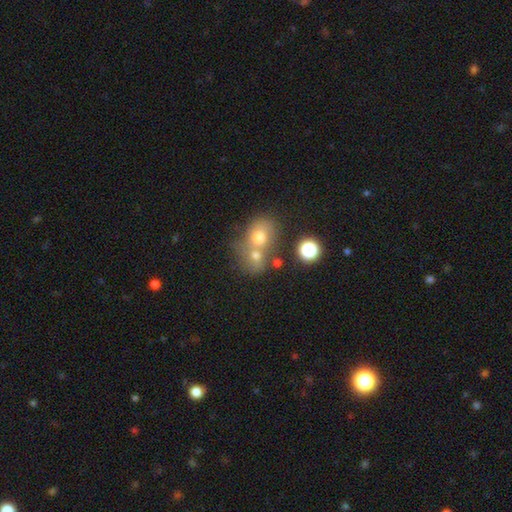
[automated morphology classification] Smooth or featured? smooth (68%)
How rounded? round (62%)
Merging? merger (60%)